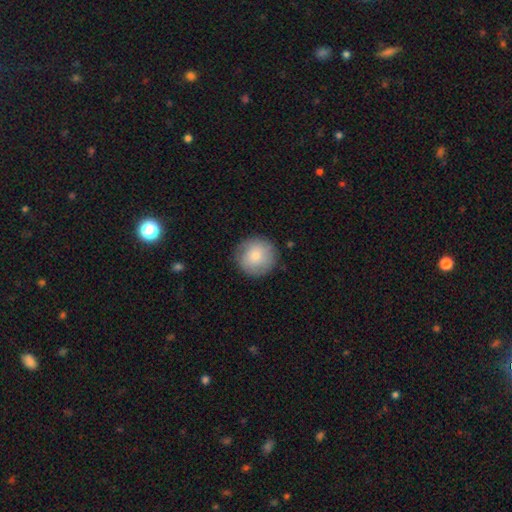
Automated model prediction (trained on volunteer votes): A smooth galaxy with no disk features (78%) that is round (95%).

Vote fractions:
- Smooth or featured? smooth: 78% / featured or disk: 15% / star or artifact: 7%
- How rounded? round: 95% / in between: 4% / cigar-shaped: 1%
- Merging? none: 85% / minor disturbance: 11% / major disturbance: 3% / merger: 1%